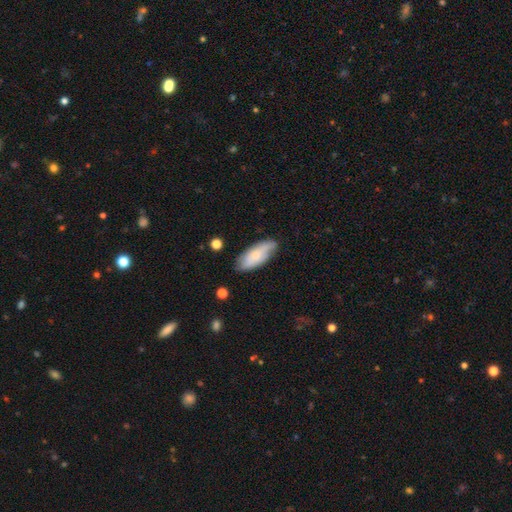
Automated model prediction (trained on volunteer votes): Q: Smooth or featured?
A: smooth (61%); runner-up: featured or disk (33%)
Q: How rounded?
A: in between (79%); runner-up: cigar-shaped (19%)
Q: Merging?
A: none (74%); runner-up: minor disturbance (20%)